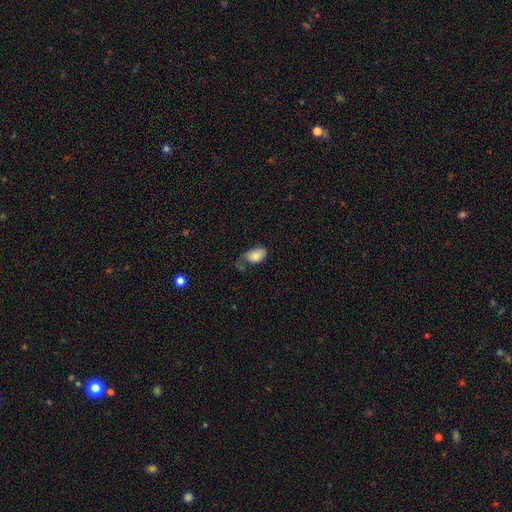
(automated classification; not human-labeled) Smooth or featured? smooth (78%)
How rounded? in between (92%)
Merging? none (36%)